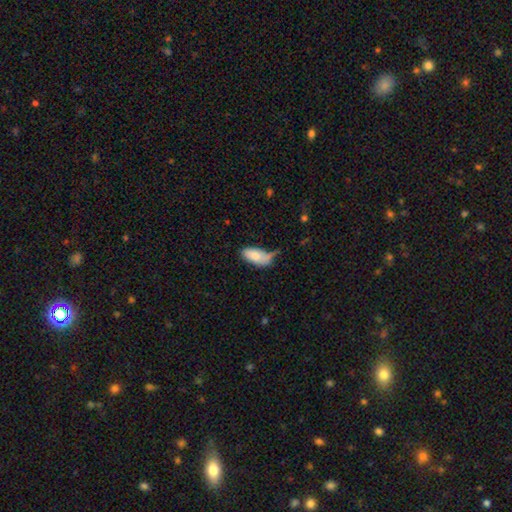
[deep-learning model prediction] The model was most divided on "merging": none: 38%, minor disturbance: 36%, major disturbance: 16%, merger: 10%. More confident: how rounded — in between (92%); smooth or featured — smooth (80%).